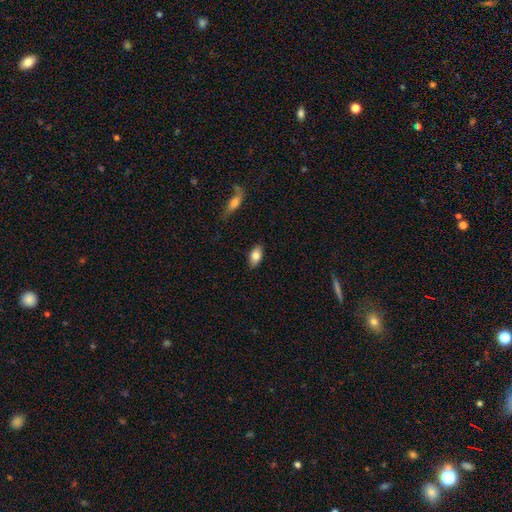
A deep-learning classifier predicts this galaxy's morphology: type=smooth (79%); roundness=in between (89%); merging=none (87%).